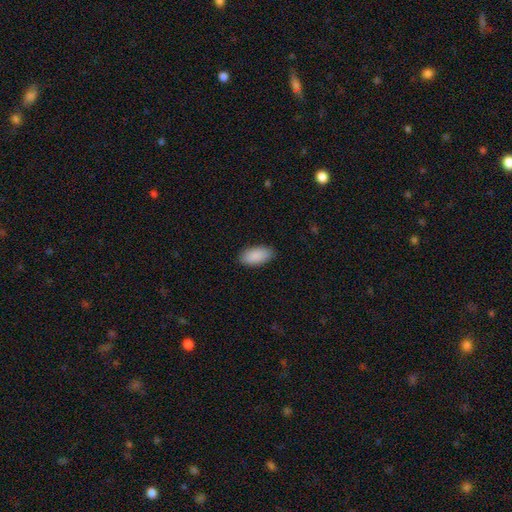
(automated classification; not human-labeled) smooth 90%, star or artifact 6%, featured or disk 4%. Down the decision tree: how rounded — in between (95%); merging — none (89%).